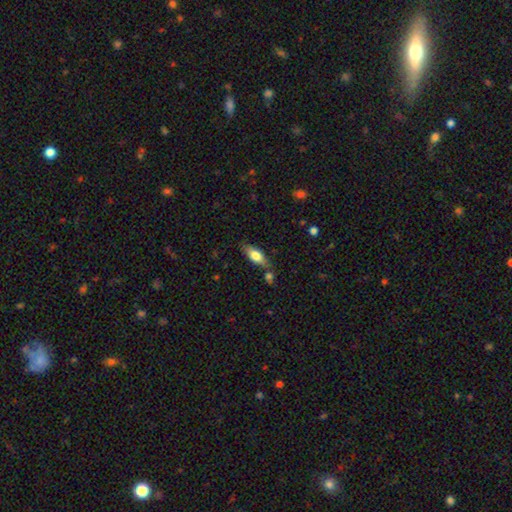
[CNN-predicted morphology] Smooth or featured? smooth (72%)
How rounded? in between (74%)
Merging? none (68%)